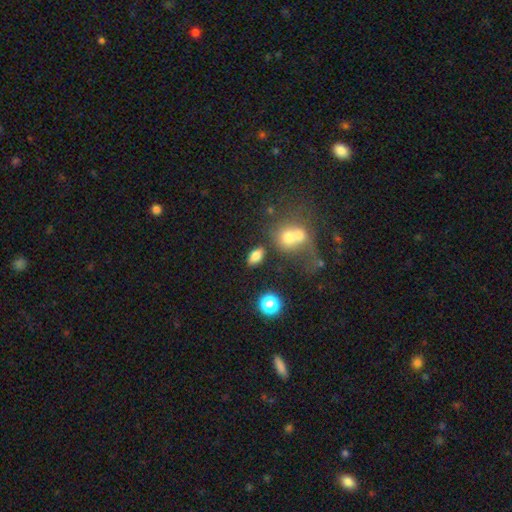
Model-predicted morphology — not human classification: Smooth or featured: smooth — 77% (featured or disk — 11%)
How rounded: in between — 86% (round — 10%)
Merging: none — 73% (minor disturbance — 12%)